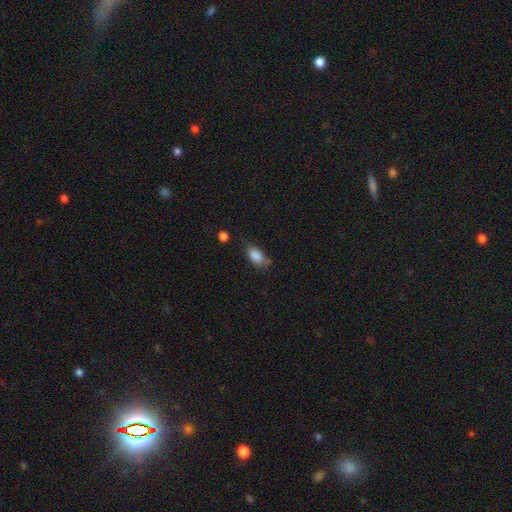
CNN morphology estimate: Smooth or featured? Predicted: smooth (p=0.86). How rounded? Predicted: in between (p=0.90). Merging? Predicted: none (p=0.63).